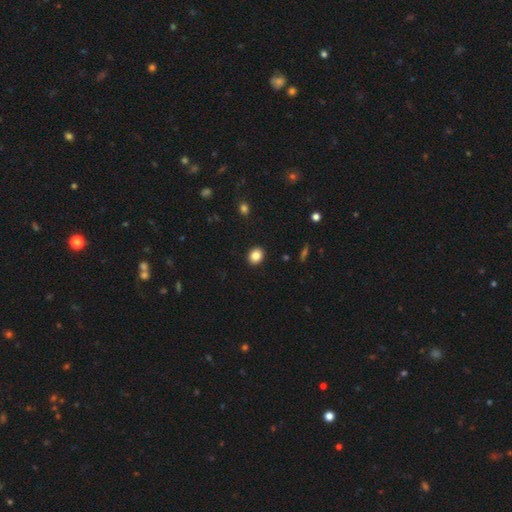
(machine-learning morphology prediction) smooth-or-featured: smooth: 85% | star or artifact: 10% | featured or disk: 5%
  how-rounded: round: 66% | in between: 33% | cigar-shaped: 1%
  merging: none: 92% | minor disturbance: 6% | major disturbance: 2% | merger: 1%